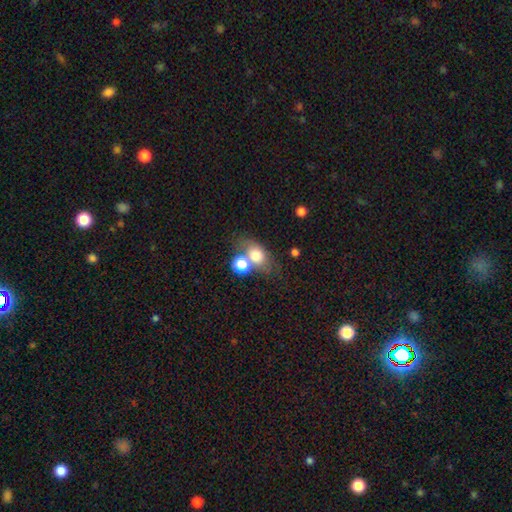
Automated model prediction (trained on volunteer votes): Smooth or featured? Predicted: smooth (p=0.70). How rounded? Predicted: in between (p=0.63). Merging? Predicted: none (p=0.50).